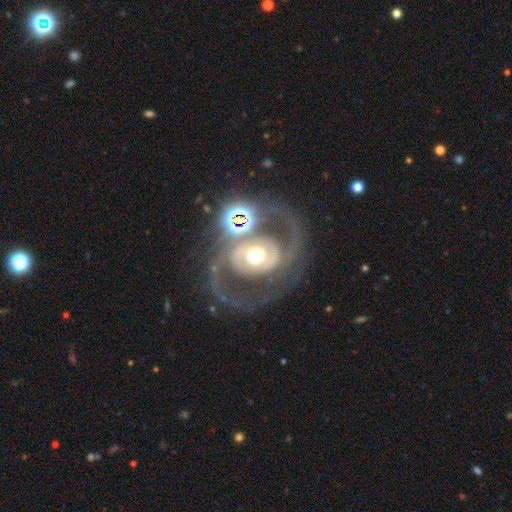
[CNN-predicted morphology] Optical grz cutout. It shows a featured or disk galaxy (79%) with no bar (68%), 2 (83%) medium (47%) spiral arms (77%) and a moderate central bulge (54%). Merging: none (60%).